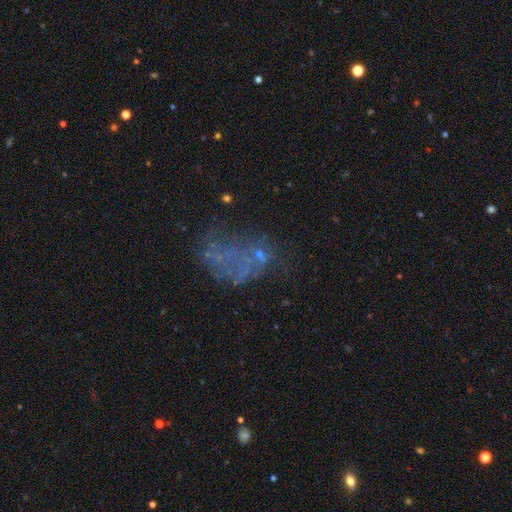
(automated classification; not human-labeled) smooth-or-featured: featured or disk: 48% | star or artifact: 27% | smooth: 25%
  merging: none: 42% | major disturbance: 32% | minor disturbance: 16% | merger: 11%